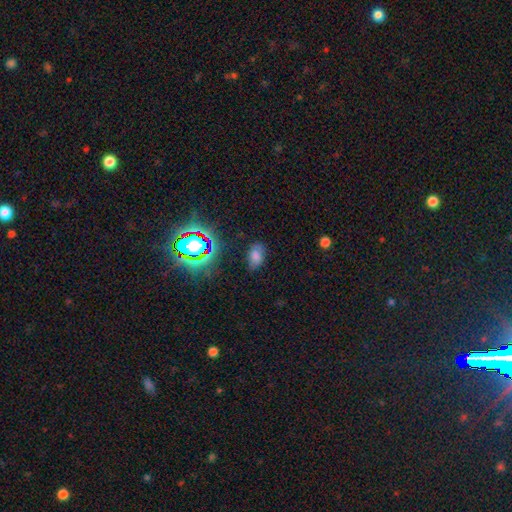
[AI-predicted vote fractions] Smooth or featured: smooth — 65% (star or artifact — 23%)
How rounded: in between — 86% (round — 12%)
Merging: none — 75% (minor disturbance — 18%)